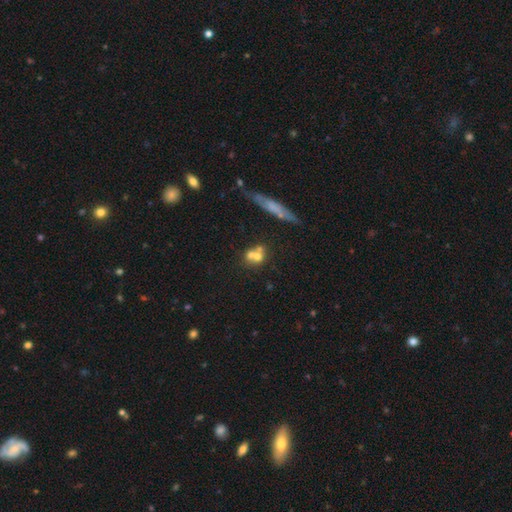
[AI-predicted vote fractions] This appears to be a smooth galaxy with no disk features (58%) that is round (71%). Merging: merger (54%).